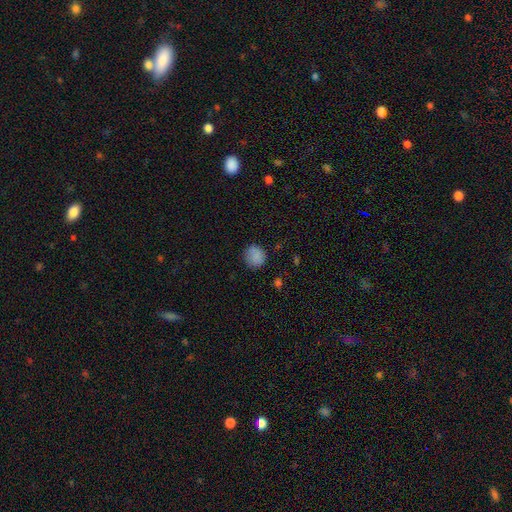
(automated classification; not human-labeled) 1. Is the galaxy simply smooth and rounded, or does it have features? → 86% smooth, 10% star or artifact, 5% featured or disk.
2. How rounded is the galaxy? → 86% round, 13% in between, 1% cigar-shaped.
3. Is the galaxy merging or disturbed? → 84% none, 12% minor disturbance, 3% major disturbance, 1% merger.